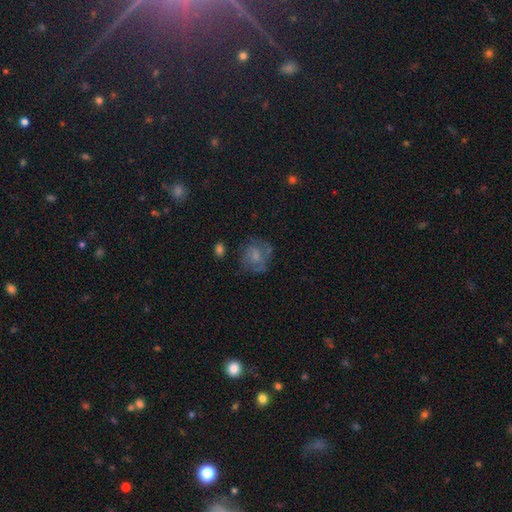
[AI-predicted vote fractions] Smooth or featured?
  - smooth: 49% *
  - featured or disk: 41%
  - star or artifact: 10%
Merging?
  - none: 54% *
  - minor disturbance: 24%
  - major disturbance: 20%
  - merger: 3%